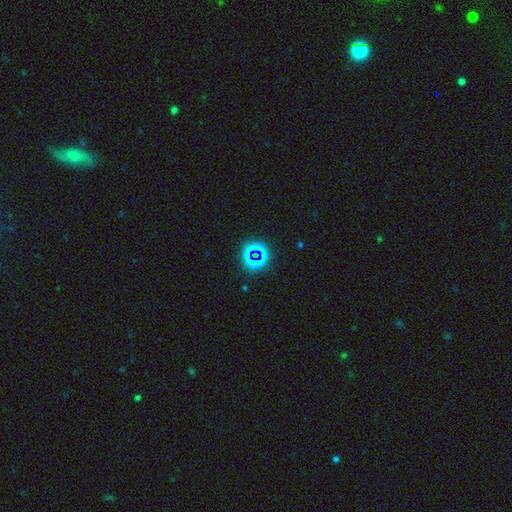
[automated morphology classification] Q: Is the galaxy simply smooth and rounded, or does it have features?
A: star or artifact — 65%.